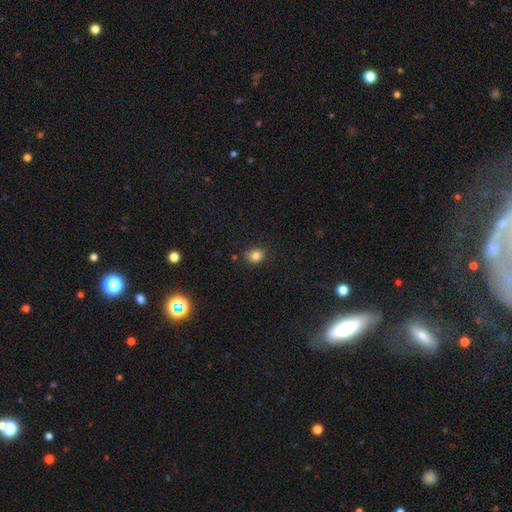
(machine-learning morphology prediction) Smooth or featured?
  - smooth: 83% *
  - star or artifact: 12%
  - featured or disk: 5%
How rounded?
  - round: 66% *
  - in between: 33%
  - cigar-shaped: 1%
Merging?
  - none: 76% *
  - minor disturbance: 16%
  - merger: 4%
  - major disturbance: 3%